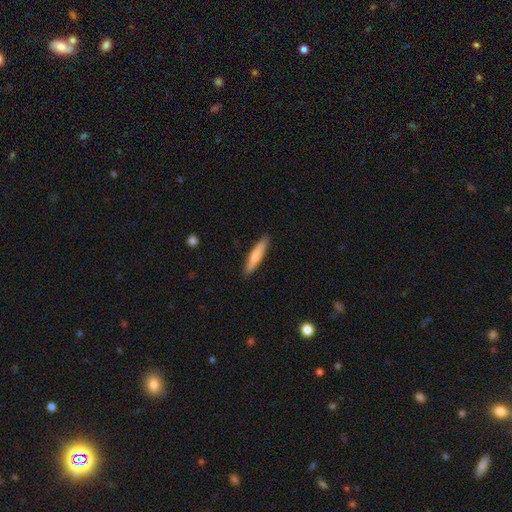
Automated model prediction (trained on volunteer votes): smooth 65%, featured or disk 29%, star or artifact 5%. Down the decision tree: how rounded — cigar-shaped (89%); merging — none (90%).